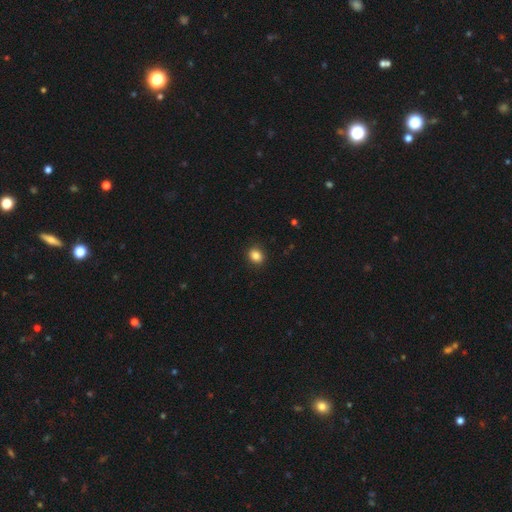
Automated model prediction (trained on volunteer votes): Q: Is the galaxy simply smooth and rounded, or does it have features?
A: smooth — 86%.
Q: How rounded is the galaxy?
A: round — 59%.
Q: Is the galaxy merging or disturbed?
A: none — 90%.